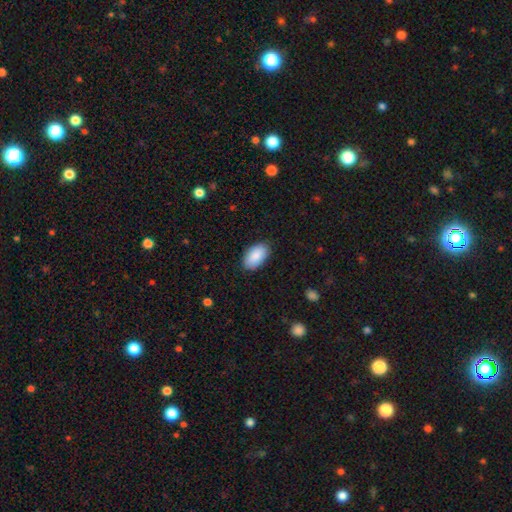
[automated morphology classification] type=smooth (89%); roundness=in between (95%); merging=none (87%).